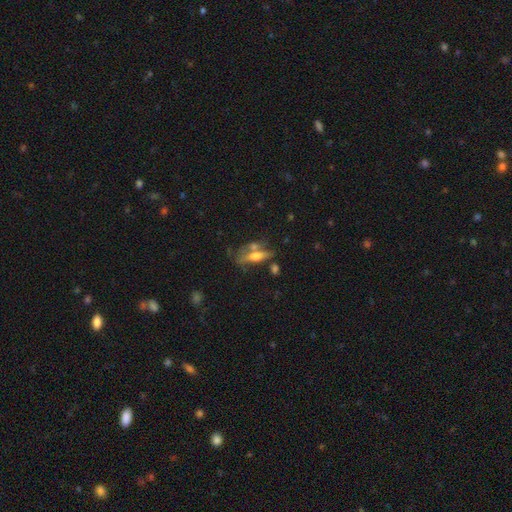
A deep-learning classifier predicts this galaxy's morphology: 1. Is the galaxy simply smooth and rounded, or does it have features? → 53% smooth, 38% featured or disk, 9% star or artifact.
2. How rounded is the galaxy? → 53% in between, 43% cigar-shaped, 4% round.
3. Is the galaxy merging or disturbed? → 39% none, 28% merger, 19% minor disturbance, 14% major disturbance.